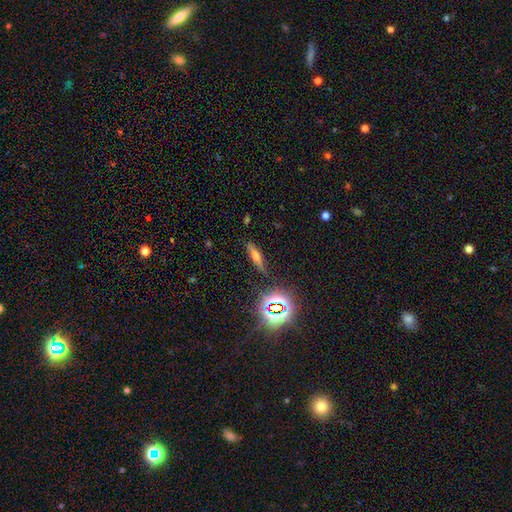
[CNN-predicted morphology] smooth_or_featured: smooth (p=0.45) [alt: featured or disk p=0.33]
merging: none (p=0.85) [alt: minor disturbance p=0.10]